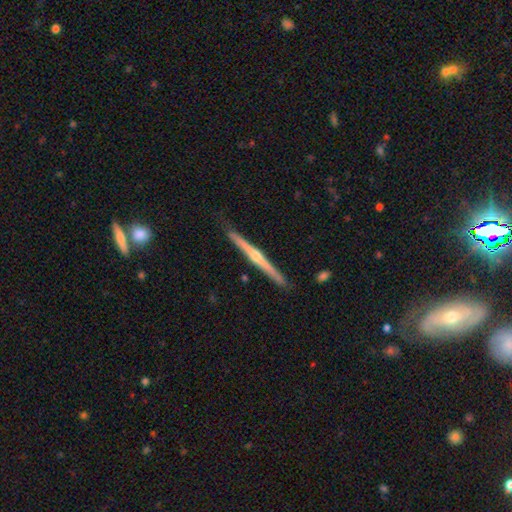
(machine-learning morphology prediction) The model was most divided on "smooth or featured": featured or disk: 79%, smooth: 16%, star or artifact: 5%. More confident: edge-on disk — yes (98%); merging — none (89%); edge-on bulge — rounded (86%).